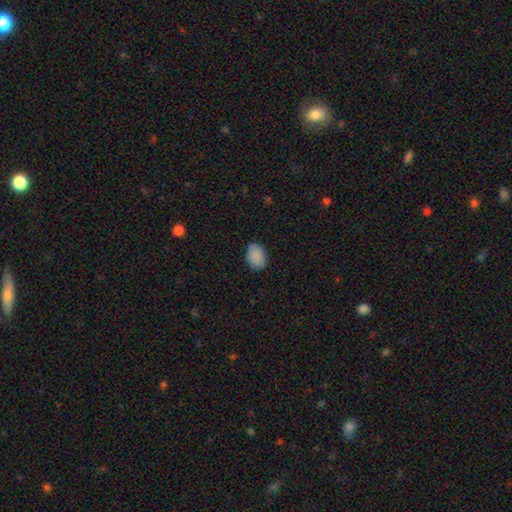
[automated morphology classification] smooth_or_featured: smooth (p=0.88) [alt: star or artifact p=0.08]
how_rounded: in between (p=0.80) [alt: round p=0.19]
merging: none (p=0.83) [alt: minor disturbance p=0.14]